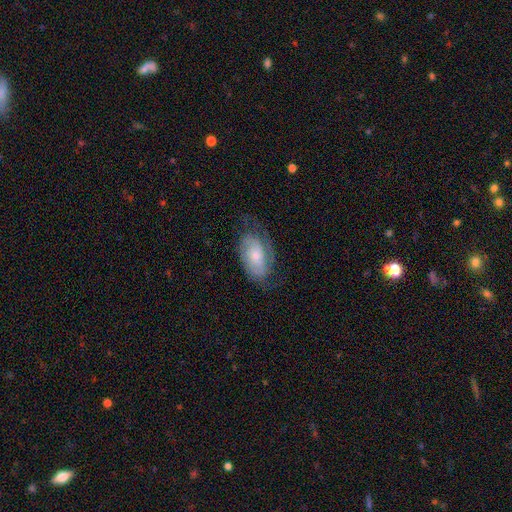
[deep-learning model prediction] Q: Smooth or featured?
A: featured or disk (64%); runner-up: smooth (29%)
Q: Edge-on disk?
A: no (95%); runner-up: yes (5%)
Q: Bar?
A: no (72%); runner-up: weak (23%)
Q: Spiral arms?
A: yes (87%); runner-up: no (13%)
Q: Spiral winding?
A: tight (49%); runner-up: medium (36%)
Q: Spiral arm count?
A: 2 (54%); runner-up: can't tell (28%)
Q: Bulge size?
A: small (51%); runner-up: moderate (39%)
Q: Merging?
A: none (61%); runner-up: minor disturbance (23%)